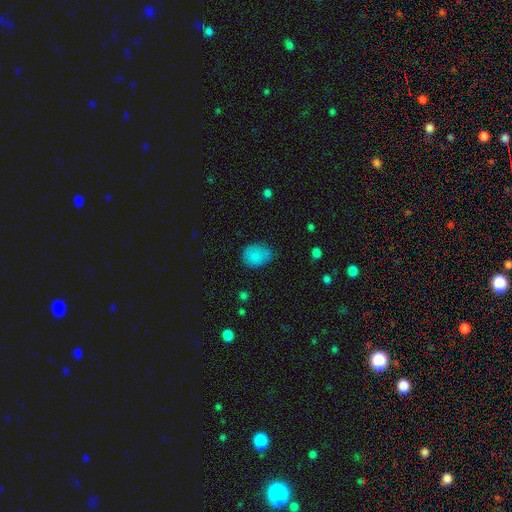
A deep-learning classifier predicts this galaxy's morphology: smooth-or-featured: smooth: 84% | star or artifact: 10% | featured or disk: 7%
  how-rounded: in between: 62% | round: 37% | cigar-shaped: 1%
  merging: none: 63% | minor disturbance: 28% | major disturbance: 7% | merger: 3%